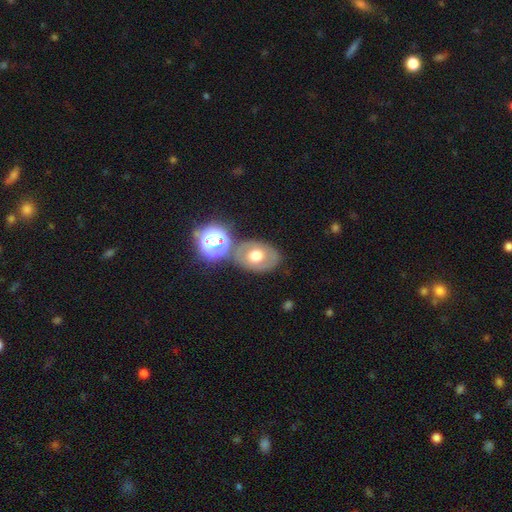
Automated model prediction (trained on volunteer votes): Smooth or featured? smooth (54%)
How rounded? in between (70%)
Merging? none (69%)